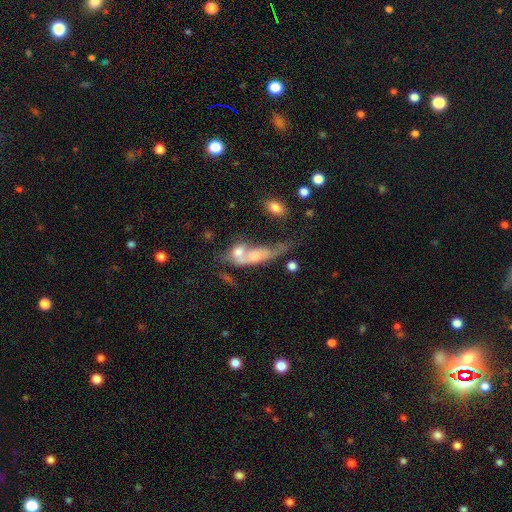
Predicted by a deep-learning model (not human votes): This is possibly a smooth galaxy (50%). How rounded: possibly in between (58%). Merging: likely merger (64%).